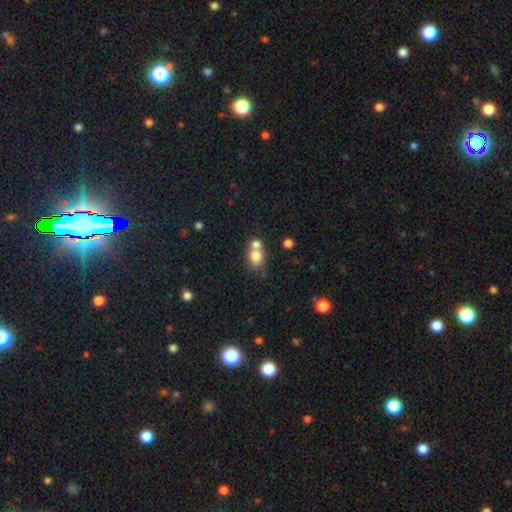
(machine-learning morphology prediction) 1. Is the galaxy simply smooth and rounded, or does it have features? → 77% smooth, 12% featured or disk, 11% star or artifact.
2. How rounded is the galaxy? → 61% round, 38% in between, 1% cigar-shaped.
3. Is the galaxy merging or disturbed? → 53% merger, 37% none, 8% minor disturbance, 3% major disturbance.